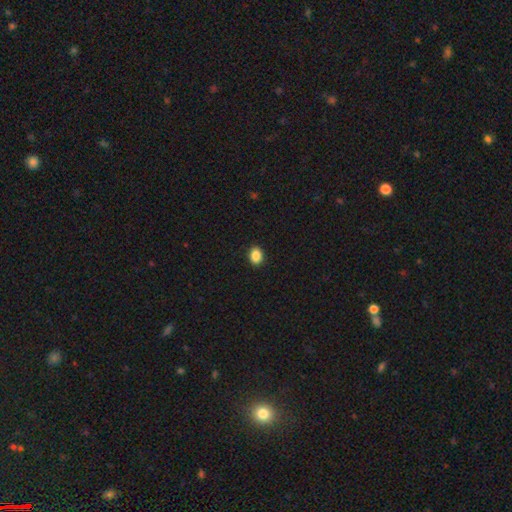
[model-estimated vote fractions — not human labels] smooth-or-featured: smooth: 88% | star or artifact: 9% | featured or disk: 3%
  how-rounded: in between: 61% | round: 38% | cigar-shaped: 1%
  merging: none: 91% | minor disturbance: 6% | major disturbance: 2% | merger: 1%